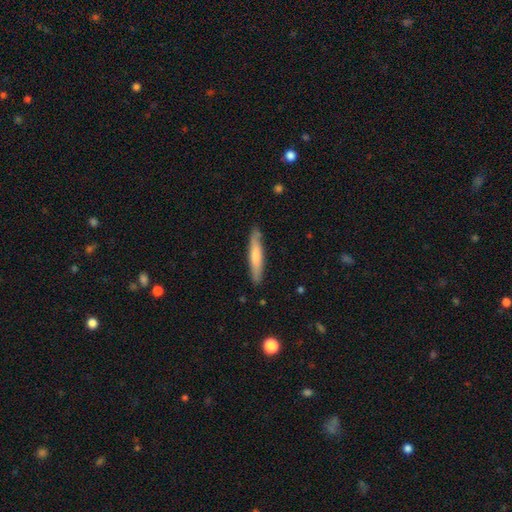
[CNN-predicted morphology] type=smooth (65%); roundness=cigar-shaped (90%); merging=none (85%).